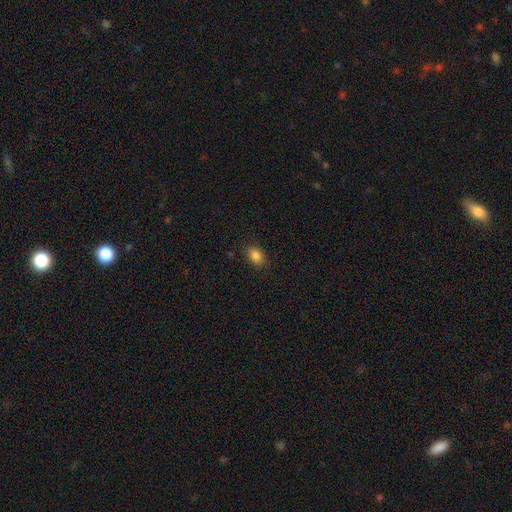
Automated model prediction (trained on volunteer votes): smooth-or-featured: smooth: 85% | star or artifact: 11% | featured or disk: 5%
  how-rounded: in between: 76% | round: 22% | cigar-shaped: 1%
  merging: none: 85% | minor disturbance: 11% | major disturbance: 3% | merger: 1%